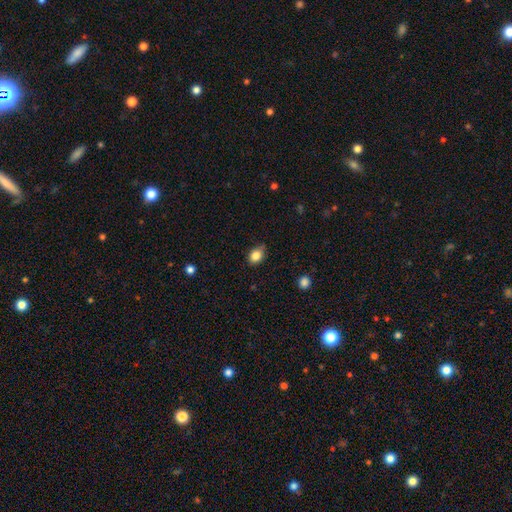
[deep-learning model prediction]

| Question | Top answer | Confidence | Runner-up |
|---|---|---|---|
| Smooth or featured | smooth | 83% | star or artifact (10%) |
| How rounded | in between | 60% | round (39%) |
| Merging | none | 73% | minor disturbance (23%) |